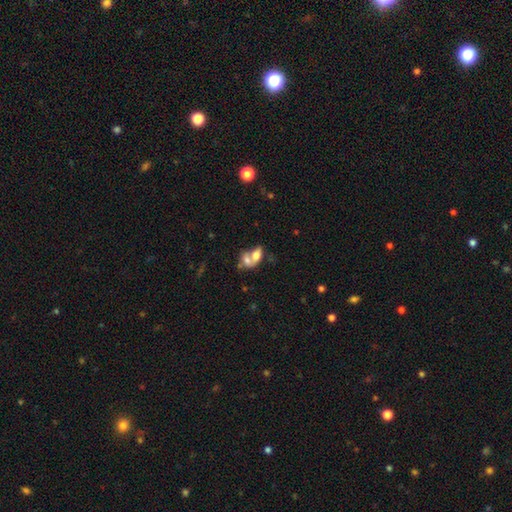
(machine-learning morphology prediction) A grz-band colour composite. It shows a smooth galaxy with no disk features (64%) that is in between round and cigar-shaped (82%). Merging: merger (73%).